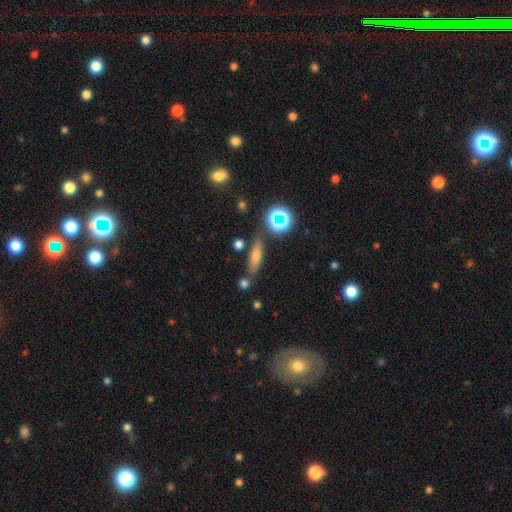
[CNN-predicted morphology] smooth 60%, featured or disk 22%, star or artifact 18%. Down the decision tree: how rounded — cigar-shaped (61%); merging — none (74%).